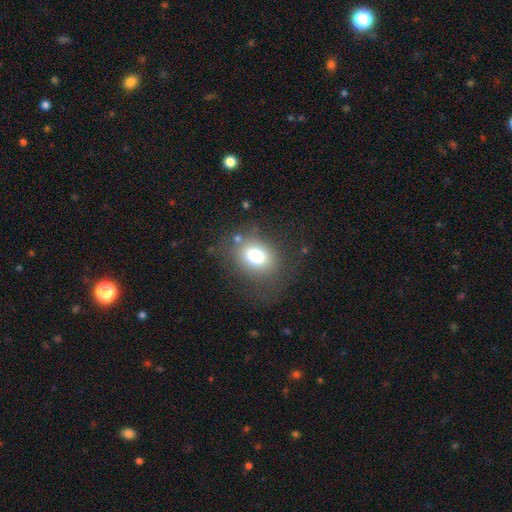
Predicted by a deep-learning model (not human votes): The model was most divided on "how rounded": in between: 61%, round: 38%, cigar-shaped: 1%. More confident: smooth or featured — smooth (78%); merging — none (68%).